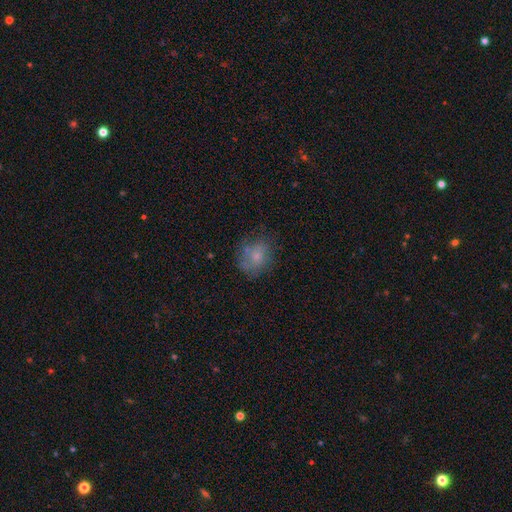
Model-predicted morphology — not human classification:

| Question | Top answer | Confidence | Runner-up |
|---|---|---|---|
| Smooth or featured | smooth | 66% | featured or disk (23%) |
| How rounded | round | 58% | in between (41%) |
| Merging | none | 59% | minor disturbance (24%) |